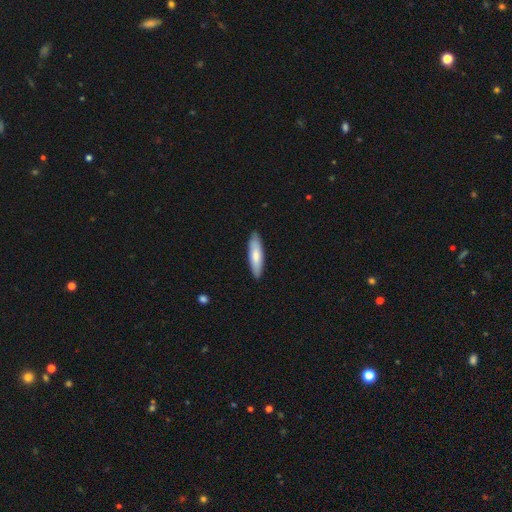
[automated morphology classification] A smooth galaxy with no disk features (74%) that is cigar-shaped (64%). Merging: none (87%).